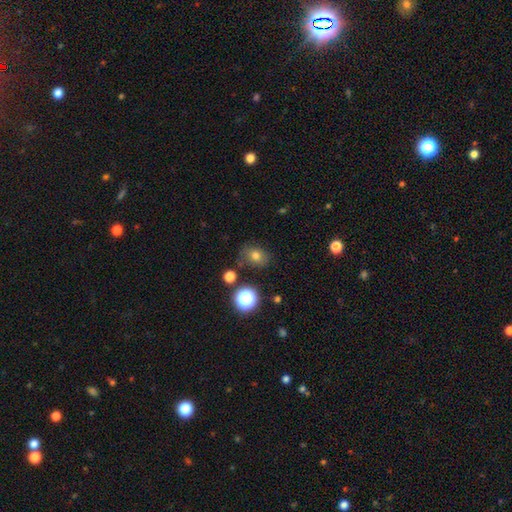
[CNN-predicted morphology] type=smooth (73%); roundness=in between (52%); merging=none (75%).